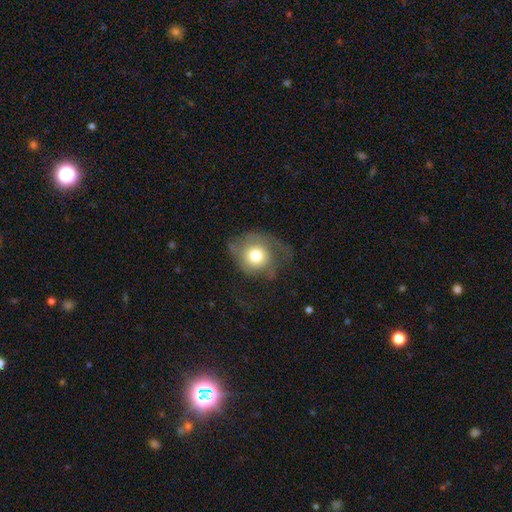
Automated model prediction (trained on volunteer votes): Smooth or featured: smooth — 63% (featured or disk — 28%)
How rounded: round — 80% (in between — 19%)
Merging: none — 38% (major disturbance — 34%)